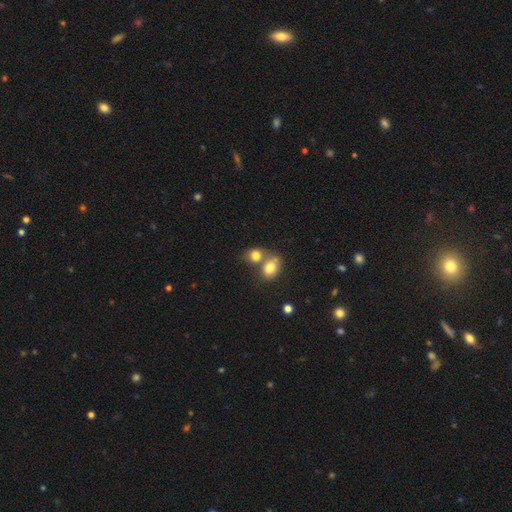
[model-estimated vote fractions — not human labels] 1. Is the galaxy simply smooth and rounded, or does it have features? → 80% smooth, 10% featured or disk, 10% star or artifact.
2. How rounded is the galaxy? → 51% round, 48% in between, 1% cigar-shaped.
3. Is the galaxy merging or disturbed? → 51% merger, 36% none, 9% minor disturbance, 4% major disturbance.